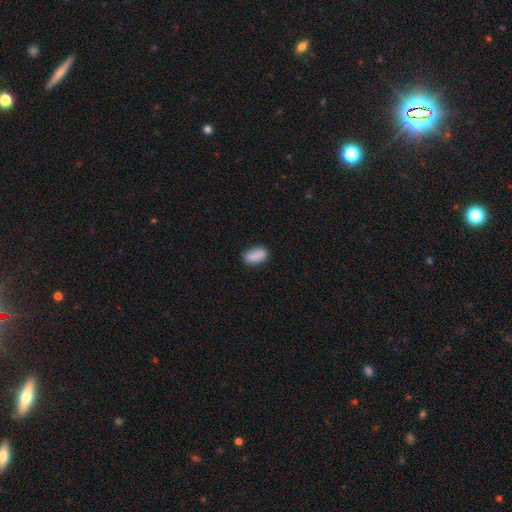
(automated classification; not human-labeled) This is clearly a smooth galaxy (88%). How rounded: clearly in between (90%). Merging: likely none (79%).